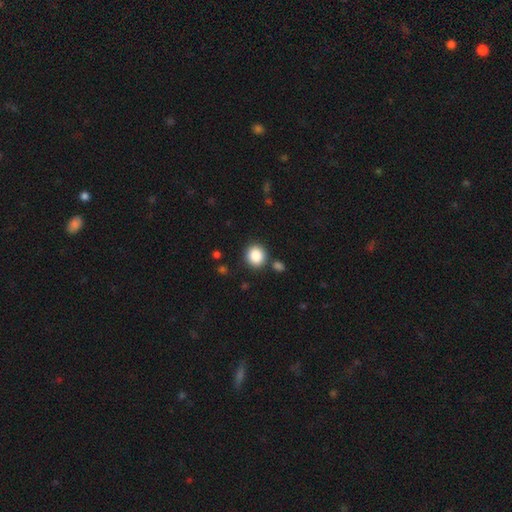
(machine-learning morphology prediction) Smooth or featured? Predicted: smooth (p=0.87). How rounded? Predicted: round (p=0.86). Merging? Predicted: none (p=0.85).